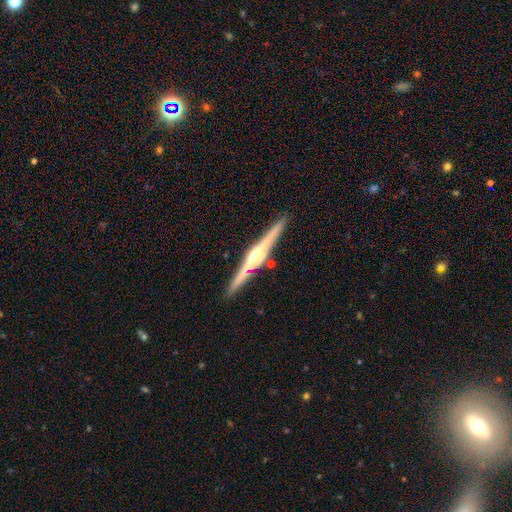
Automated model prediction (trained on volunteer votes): A featured or disk galaxy (85%) viewed edge-on (98%) with a rounded central bulge (79%).

Vote fractions:
- Smooth or featured? featured or disk: 85% / smooth: 10% / star or artifact: 5%
- Edge-on disk? yes: 98% / no: 2%
- Edge-on bulge? rounded: 79% / boxy: 16% / none: 5%
- Merging? none: 90% / minor disturbance: 7% / merger: 2% / major disturbance: 1%